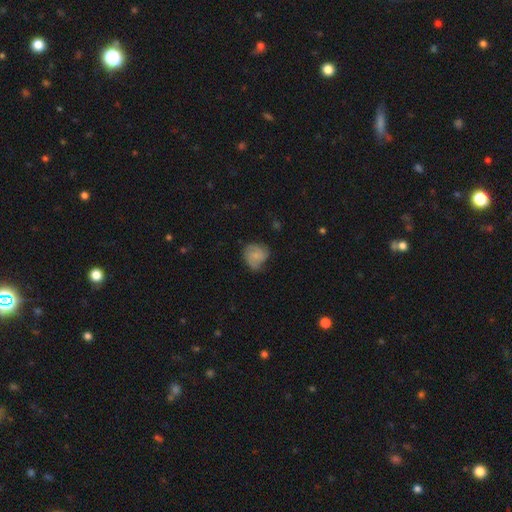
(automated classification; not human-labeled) Smooth or featured? Predicted: smooth (p=0.59). How rounded? Predicted: round (p=0.75). Merging? Predicted: none (p=0.54).